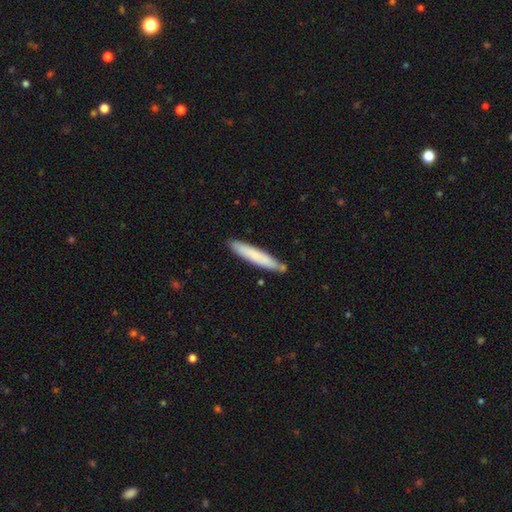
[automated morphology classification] This is likely a smooth galaxy (74%). How rounded: clearly cigar-shaped (92%). Merging: clearly none (82%).